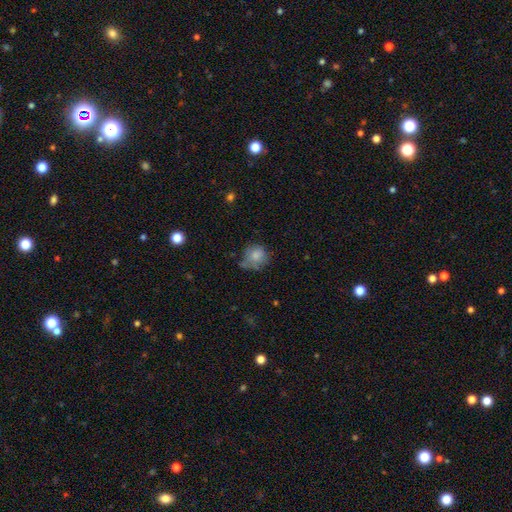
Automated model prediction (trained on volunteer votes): smooth_or_featured: smooth (p=0.78) [alt: featured or disk p=0.12]
how_rounded: round (p=0.79) [alt: in between p=0.20]
merging: none (p=0.48) [alt: minor disturbance p=0.32]